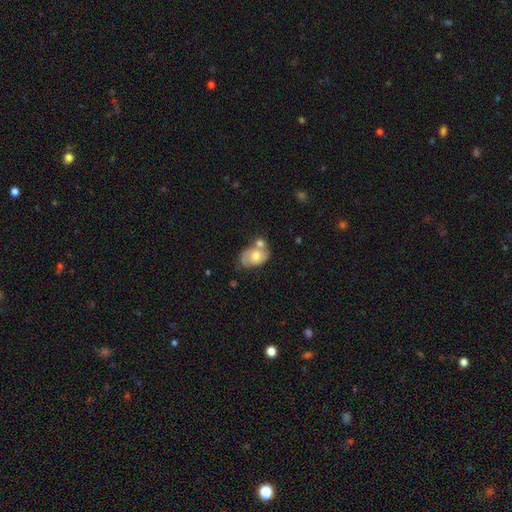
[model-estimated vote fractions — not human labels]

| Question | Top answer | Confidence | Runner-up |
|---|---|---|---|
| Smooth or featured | smooth | 48% | featured or disk (45%) |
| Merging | merger | 40% | none (33%) |